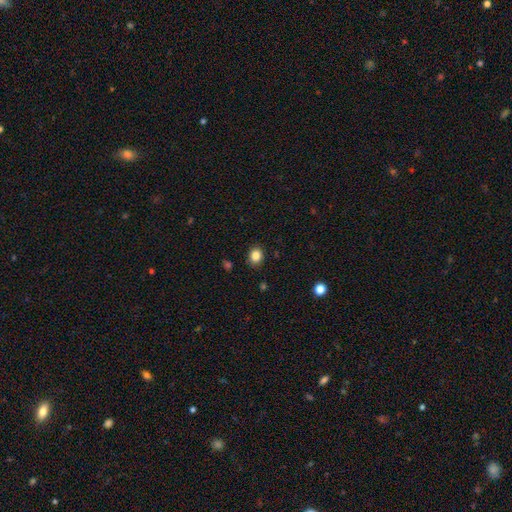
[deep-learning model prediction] A smooth galaxy with no disk features (85%) that is round (63%).

Vote fractions:
- Smooth or featured? smooth: 85% / star or artifact: 11% / featured or disk: 5%
- How rounded? round: 63% / in between: 36% / cigar-shaped: 1%
- Merging? none: 88% / minor disturbance: 8% / major disturbance: 2% / merger: 1%